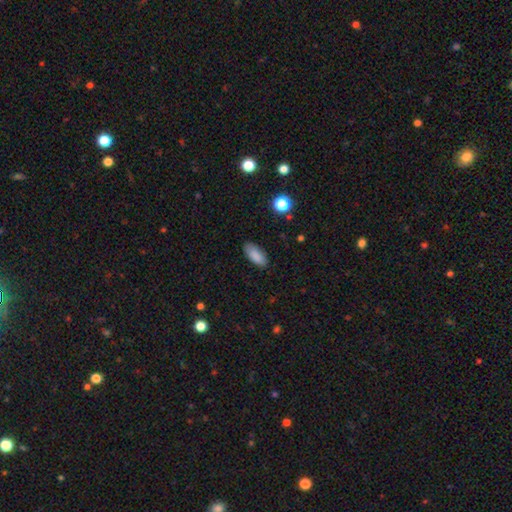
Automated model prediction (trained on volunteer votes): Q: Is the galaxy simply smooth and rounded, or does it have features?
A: smooth — 87%.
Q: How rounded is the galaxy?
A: in between — 85%.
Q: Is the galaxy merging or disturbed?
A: none — 85%.